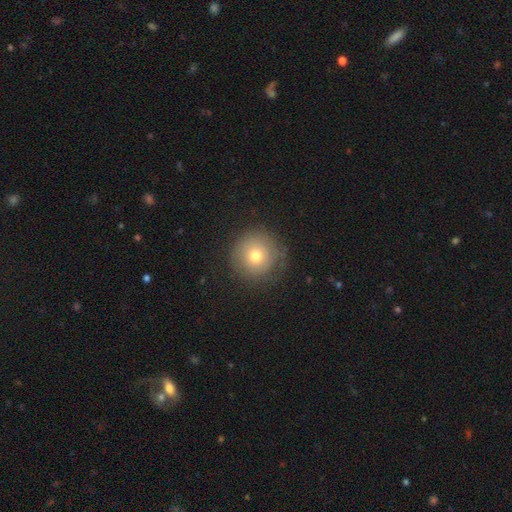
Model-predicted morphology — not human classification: This appears to be a smooth galaxy with no disk features (69%) that is round (95%). Merging: none (81%).